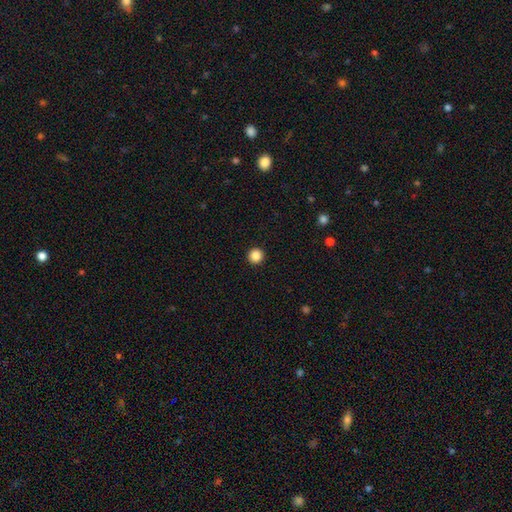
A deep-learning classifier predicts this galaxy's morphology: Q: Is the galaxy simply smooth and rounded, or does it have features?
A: smooth — 86%.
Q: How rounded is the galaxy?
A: round — 96%.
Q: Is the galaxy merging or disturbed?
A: none — 94%.